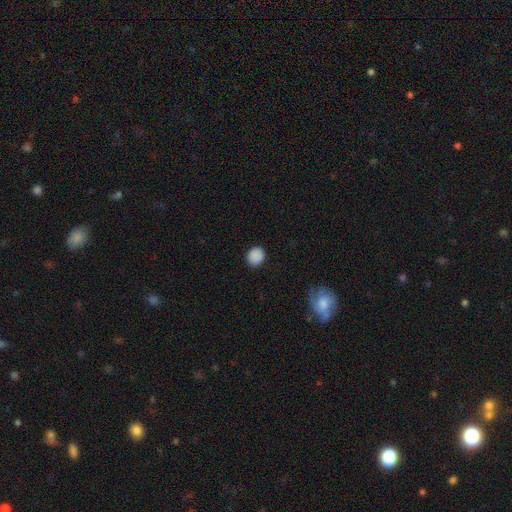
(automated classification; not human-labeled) Morphology: type=smooth (87%); roundness=round (77%); merging=none (86%).